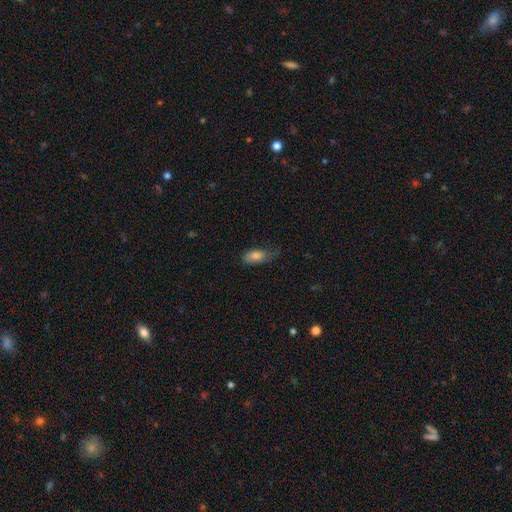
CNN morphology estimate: This appears to be a smooth galaxy with no disk features (79%) that is in between round and cigar-shaped (88%). Merging: none (52%).